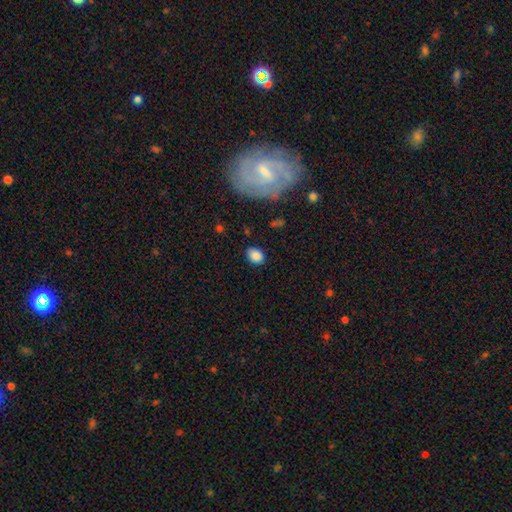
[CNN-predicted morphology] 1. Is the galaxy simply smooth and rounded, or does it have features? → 86% smooth, 9% star or artifact, 5% featured or disk.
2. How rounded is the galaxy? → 65% in between, 34% round, 1% cigar-shaped.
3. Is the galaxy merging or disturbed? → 80% none, 15% minor disturbance, 3% major disturbance, 2% merger.